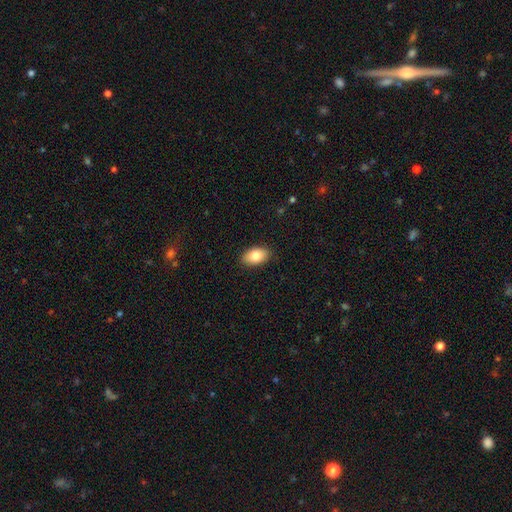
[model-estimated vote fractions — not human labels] The model was most divided on "smooth or featured": smooth: 82%, featured or disk: 10%, star or artifact: 7%. More confident: how rounded — in between (91%); merging — none (88%).